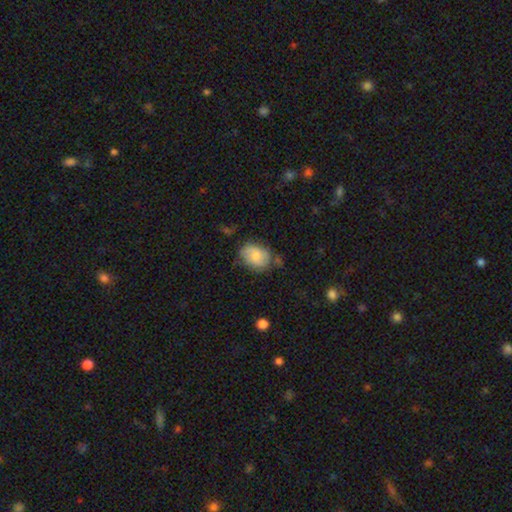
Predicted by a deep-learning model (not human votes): This is likely a smooth galaxy (72%). How rounded: likely in between (66%). Merging: possibly none (59%).